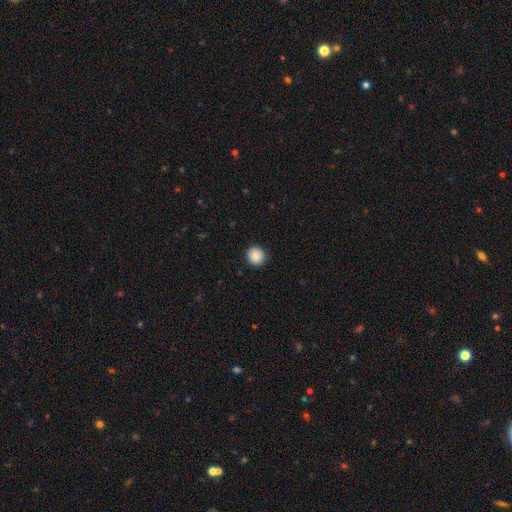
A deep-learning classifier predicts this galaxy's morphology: Smooth or featured?
  - smooth: 85% *
  - star or artifact: 9%
  - featured or disk: 7%
How rounded?
  - round: 95% *
  - in between: 4%
  - cigar-shaped: 1%
Merging?
  - none: 92% *
  - minor disturbance: 5%
  - major disturbance: 2%
  - merger: 1%